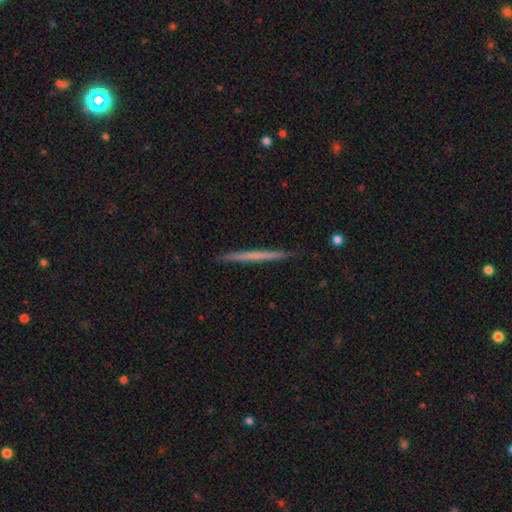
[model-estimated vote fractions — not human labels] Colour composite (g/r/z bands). It shows a smooth galaxy with no disk features (48%). Merging: none (92%).